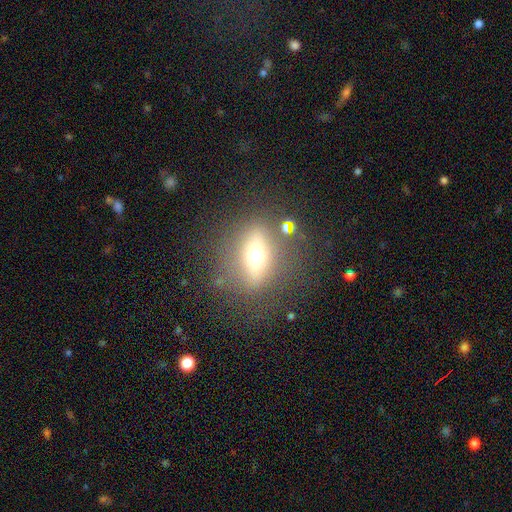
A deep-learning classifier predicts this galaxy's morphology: Overall: featured or disk (49%; smooth 39%). Merging: none (77%).